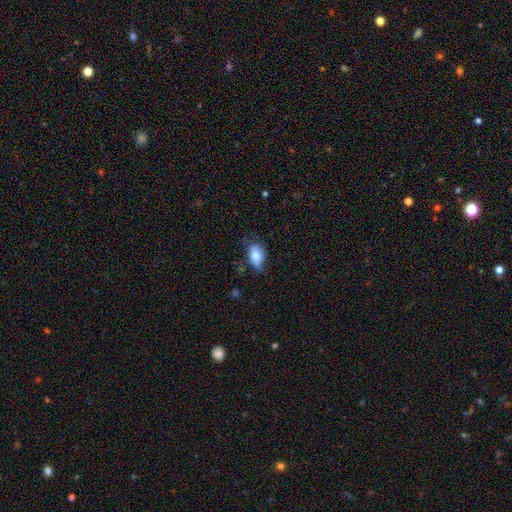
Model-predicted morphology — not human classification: Smooth or featured?
  - smooth: 80% *
  - featured or disk: 13%
  - star or artifact: 7%
How rounded?
  - in between: 91% *
  - round: 6%
  - cigar-shaped: 3%
Merging?
  - none: 56% *
  - minor disturbance: 32%
  - major disturbance: 10%
  - merger: 2%